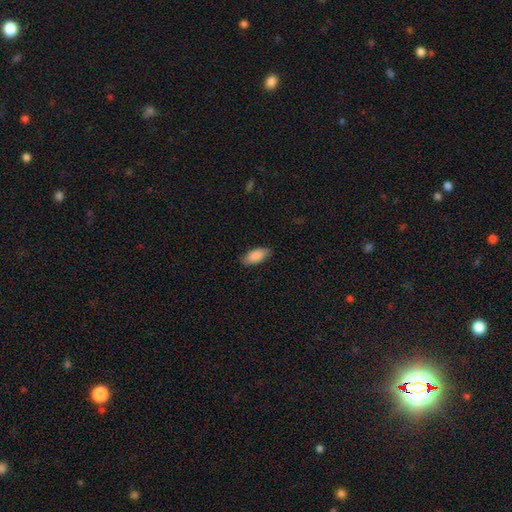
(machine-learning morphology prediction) Smooth or featured: smooth — 87% (featured or disk — 8%)
How rounded: in between — 90% (cigar-shaped — 8%)
Merging: none — 82% (minor disturbance — 14%)